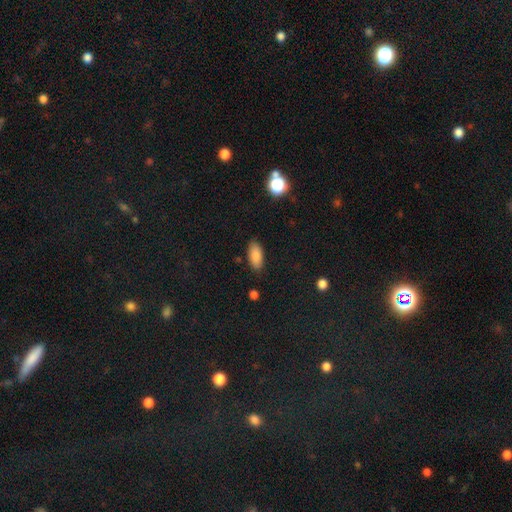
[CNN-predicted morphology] Smooth or featured: smooth — 87% (star or artifact — 7%)
How rounded: in between — 89% (cigar-shaped — 9%)
Merging: none — 86% (minor disturbance — 10%)